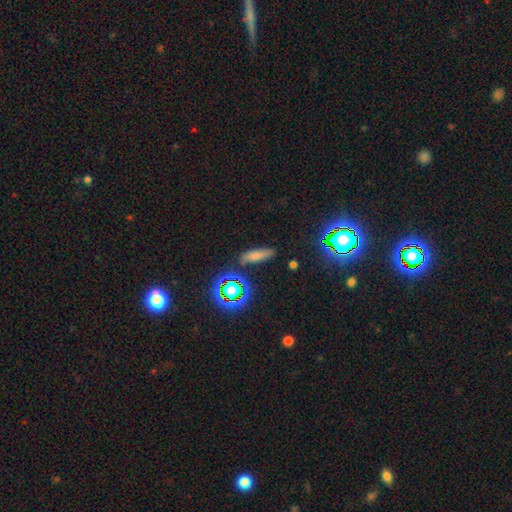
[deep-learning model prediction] Smooth or featured? smooth (66%)
How rounded? cigar-shaped (56%)
Merging? none (77%)